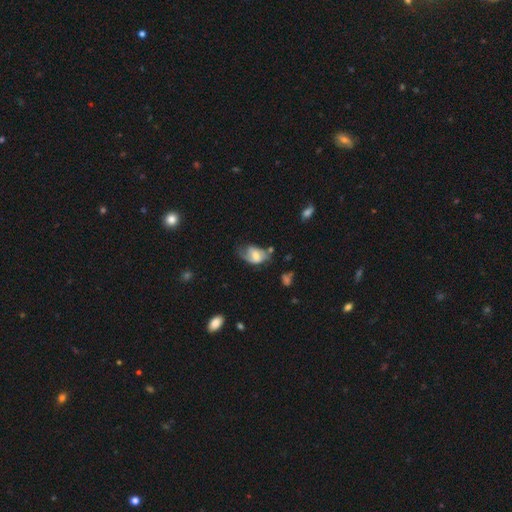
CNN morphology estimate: Smooth or featured? Predicted: featured or disk (p=0.47). Merging? Predicted: none (p=0.36).